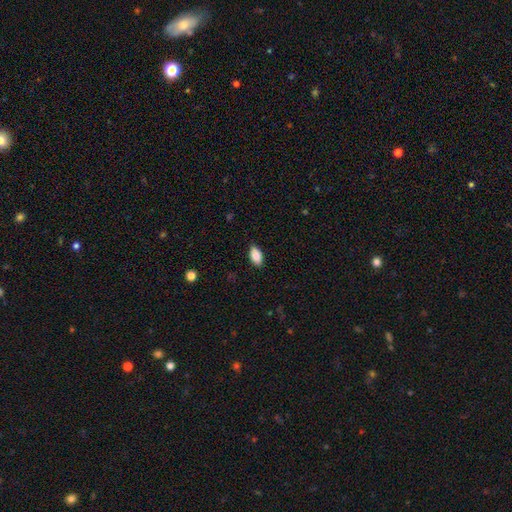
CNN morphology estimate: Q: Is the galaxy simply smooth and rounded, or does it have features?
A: smooth — 87%.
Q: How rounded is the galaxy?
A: in between — 92%.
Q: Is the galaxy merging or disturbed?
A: none — 88%.